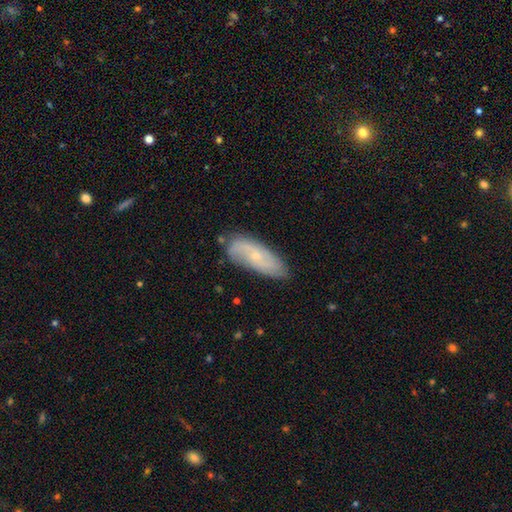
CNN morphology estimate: Q: Smooth or featured?
A: featured or disk (55%); runner-up: smooth (38%)
Q: Edge-on disk?
A: no (85%); runner-up: yes (15%)
Q: Merging?
A: none (69%); runner-up: minor disturbance (23%)